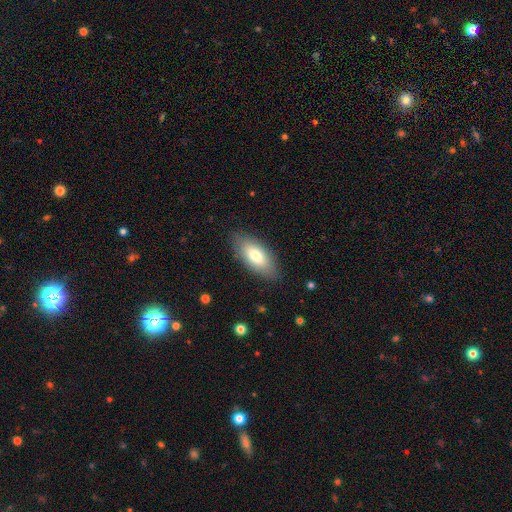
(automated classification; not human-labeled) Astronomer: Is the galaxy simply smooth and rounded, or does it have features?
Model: smooth — 75%.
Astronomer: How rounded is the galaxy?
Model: in between — 87%.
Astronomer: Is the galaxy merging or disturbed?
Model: none — 85%.